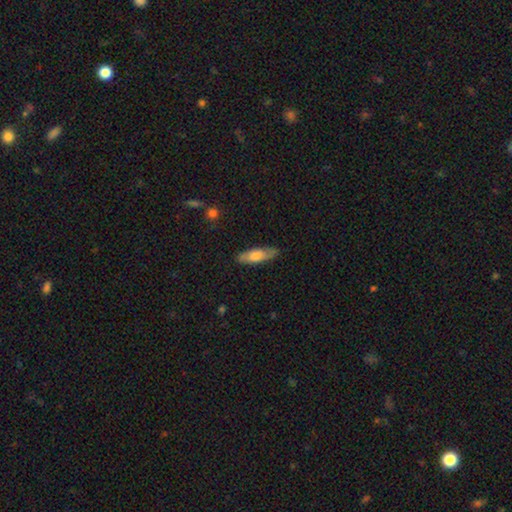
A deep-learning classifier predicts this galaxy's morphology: The model was most divided on "how rounded": cigar-shaped: 57%, in between: 41%, round: 2%. More confident: merging — none (83%); smooth or featured — smooth (66%).